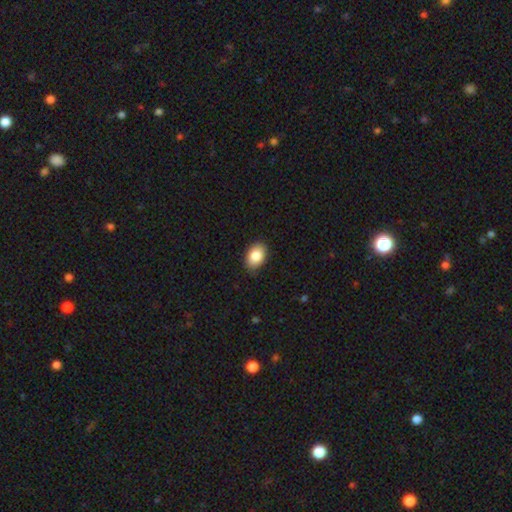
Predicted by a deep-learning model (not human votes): Smooth or featured?
  - smooth: 86% *
  - star or artifact: 7%
  - featured or disk: 7%
How rounded?
  - in between: 85% *
  - round: 14%
  - cigar-shaped: 1%
Merging?
  - none: 86% *
  - minor disturbance: 11%
  - major disturbance: 2%
  - merger: 1%